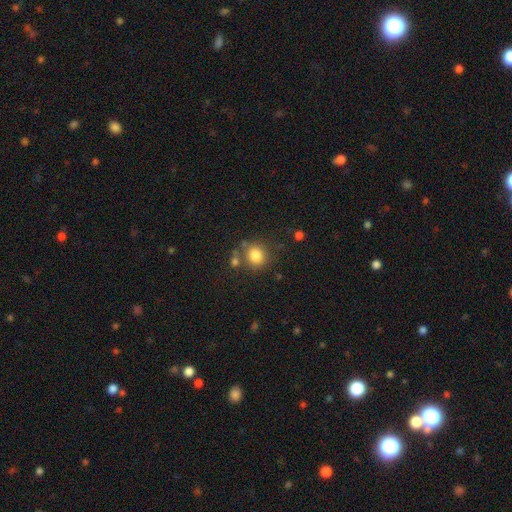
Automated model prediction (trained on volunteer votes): A smooth galaxy with no disk features (83%) that is round (83%). Merging: none (72%).